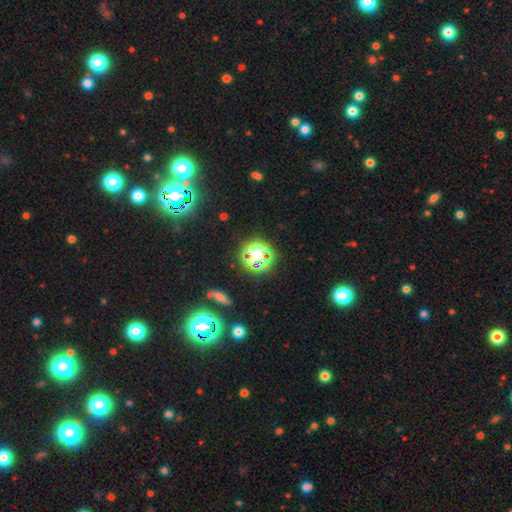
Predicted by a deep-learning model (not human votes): Smooth or featured? star or artifact (63%)